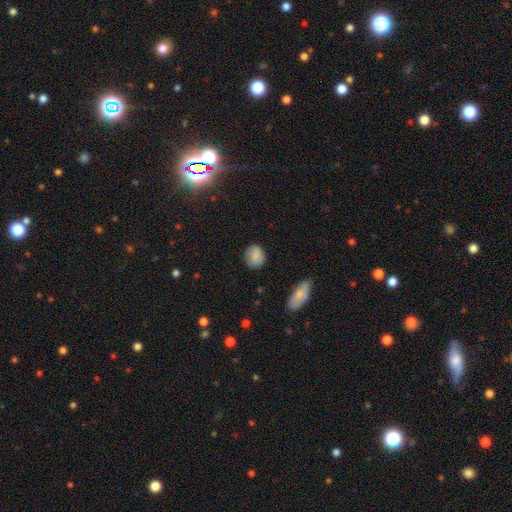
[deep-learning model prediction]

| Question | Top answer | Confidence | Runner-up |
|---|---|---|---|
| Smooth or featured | smooth | 83% | featured or disk (9%) |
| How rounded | round | 64% | in between (34%) |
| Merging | none | 80% | minor disturbance (15%) |